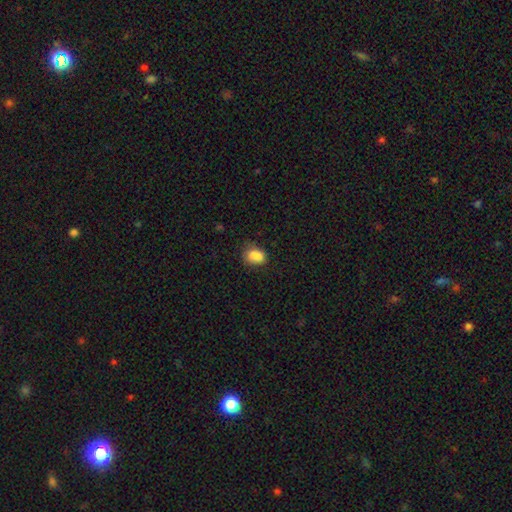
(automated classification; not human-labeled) Smooth or featured? Predicted: smooth (p=0.82). How rounded? Predicted: in between (p=0.73). Merging? Predicted: none (p=0.54).